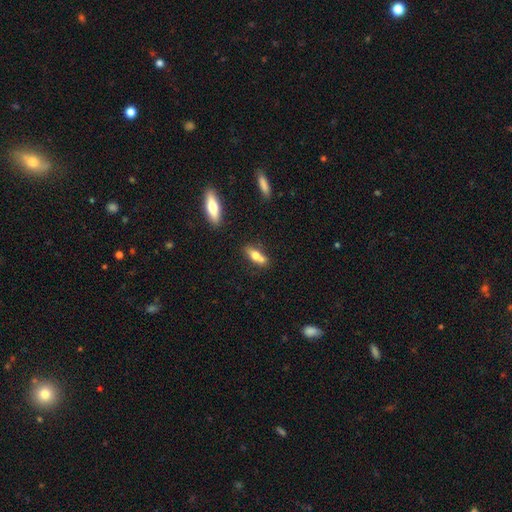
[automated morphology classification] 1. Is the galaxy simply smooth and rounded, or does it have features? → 64% smooth, 28% featured or disk, 8% star or artifact.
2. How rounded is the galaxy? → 64% in between, 29% cigar-shaped, 7% round.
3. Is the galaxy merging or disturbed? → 45% none, 38% merger, 12% minor disturbance, 4% major disturbance.